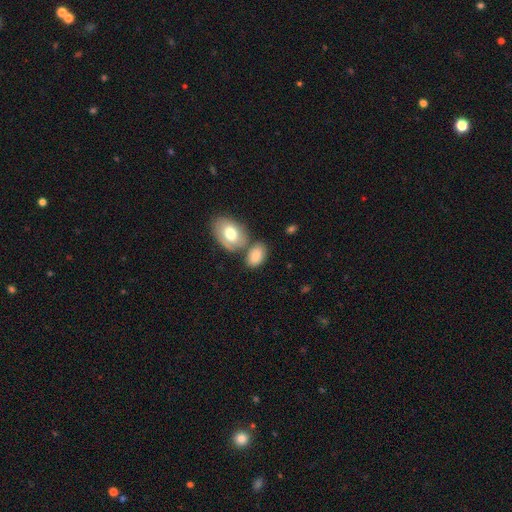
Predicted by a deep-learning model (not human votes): Smooth or featured? smooth (77%)
How rounded? in between (87%)
Merging? none (50%)